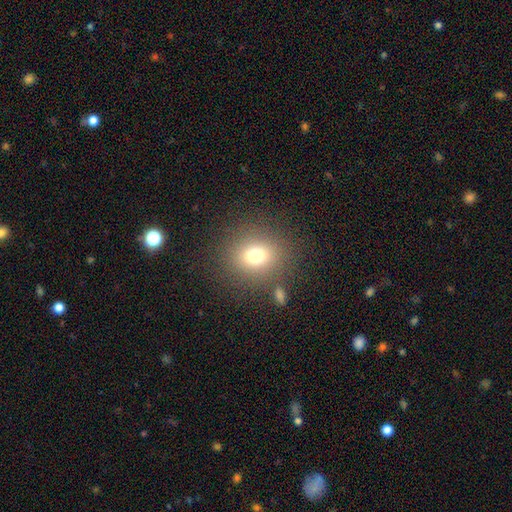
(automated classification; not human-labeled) Morphology: type=smooth (74%); roundness=round (78%); merging=none (82%).